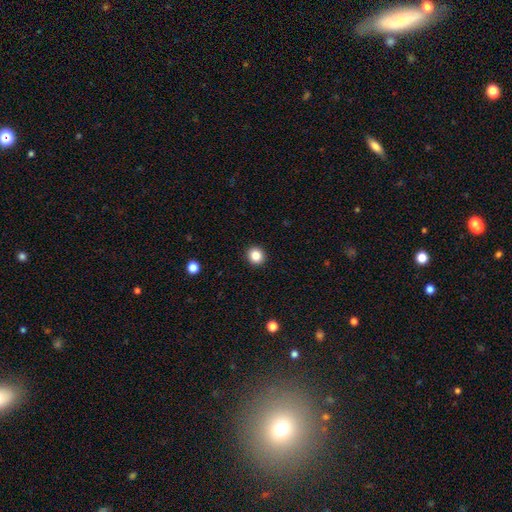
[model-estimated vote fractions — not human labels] This appears to be a smooth galaxy with no disk features (85%) that is round (88%). Merging: none (93%).